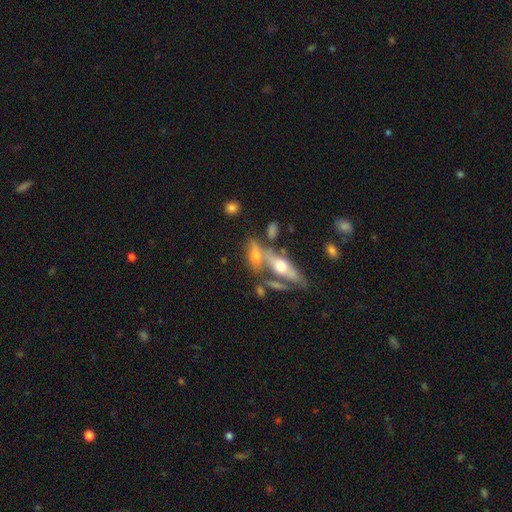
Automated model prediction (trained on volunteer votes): Smooth or featured? Predicted: smooth (p=0.46). Merging? Predicted: none (p=0.42).